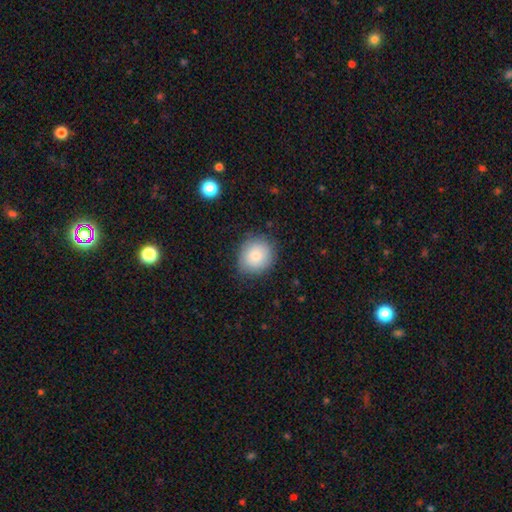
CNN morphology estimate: smooth_or_featured: smooth (p=0.81) [alt: featured or disk p=0.11]
how_rounded: round (p=0.79) [alt: in between p=0.20]
merging: none (p=0.80) [alt: minor disturbance p=0.15]